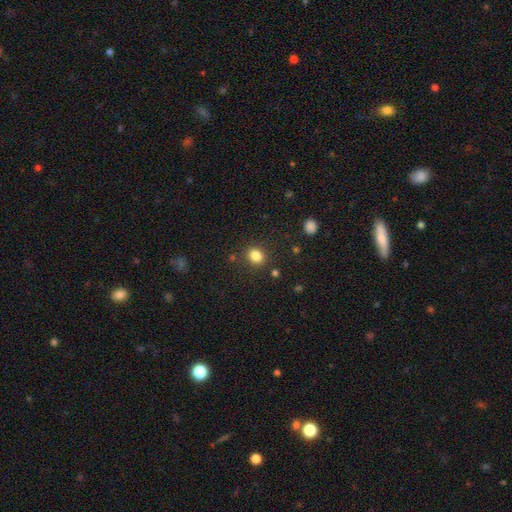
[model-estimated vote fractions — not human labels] Smooth or featured? Predicted: smooth (p=0.83). How rounded? Predicted: round (p=0.56). Merging? Predicted: none (p=0.84).